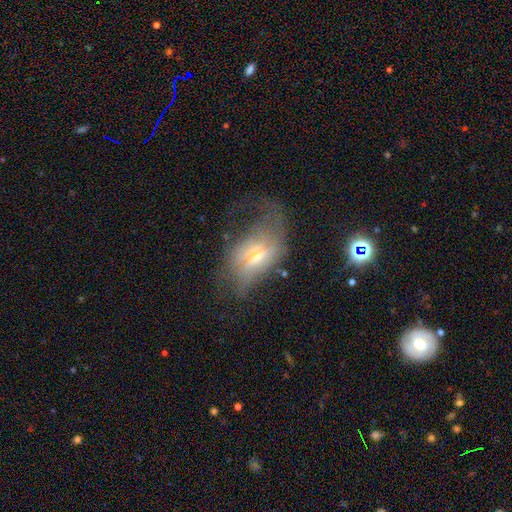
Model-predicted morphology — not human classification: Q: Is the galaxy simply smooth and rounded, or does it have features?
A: featured or disk — 57%.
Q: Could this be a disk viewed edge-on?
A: no — 66%.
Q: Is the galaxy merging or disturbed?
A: major disturbance — 41%.